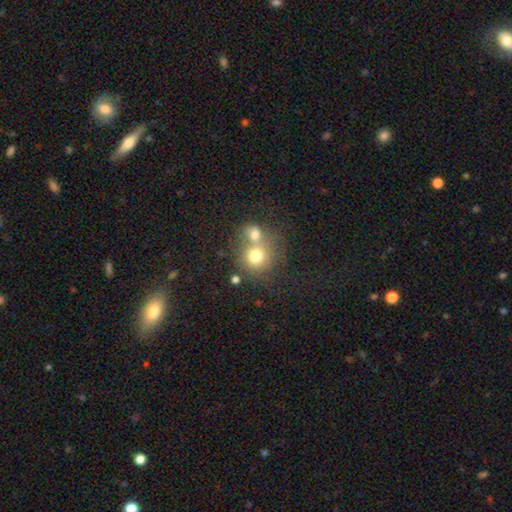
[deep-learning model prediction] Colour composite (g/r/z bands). It shows a smooth galaxy with no disk features (73%) that is round (84%). Merging: merger (51%).